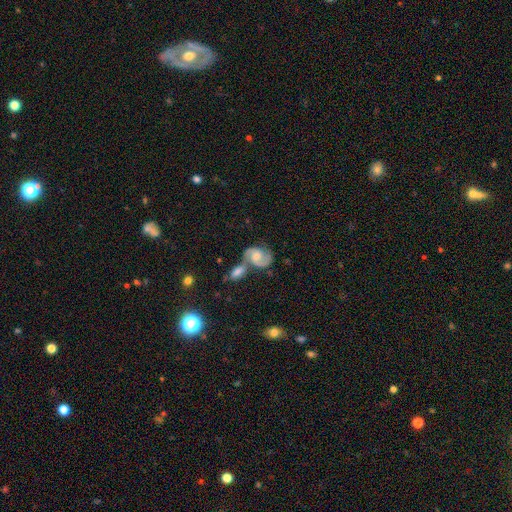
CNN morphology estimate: A featured or disk galaxy (79%) with no bar (57%), 2 (89%) medium (55%) spiral arms (95%) and a moderate central bulge (49%).

Vote fractions:
- Smooth or featured? featured or disk: 79% / smooth: 14% / star or artifact: 7%
- Edge-on disk? no: 97% / yes: 3%
- Bar? no: 57% / weak: 36% / strong: 7%
- Spiral arms? yes: 95% / no: 5%
- Spiral winding? medium: 55% / tight: 24% / loose: 21%
- Spiral arm count? 2: 89% / can't tell: 4% / 1: 3% / 3: 2% / 4: 1% / more than 4: 1%
- Bulge size? moderate: 49% / small: 34% / none: 9% / large: 7% / dominant: 2%
- Merging? merger: 44% / none: 36% / minor disturbance: 13% / major disturbance: 7%